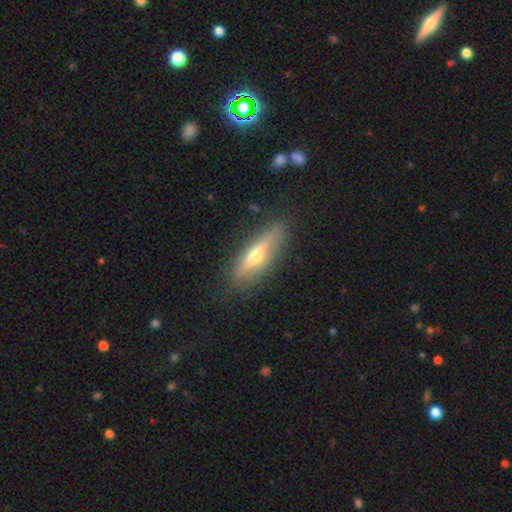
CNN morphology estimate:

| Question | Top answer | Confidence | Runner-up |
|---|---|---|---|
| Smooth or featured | featured or disk | 61% | smooth (33%) |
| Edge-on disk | yes | 90% | no (10%) |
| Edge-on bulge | rounded | 90% | none (7%) |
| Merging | none | 85% | minor disturbance (11%) |